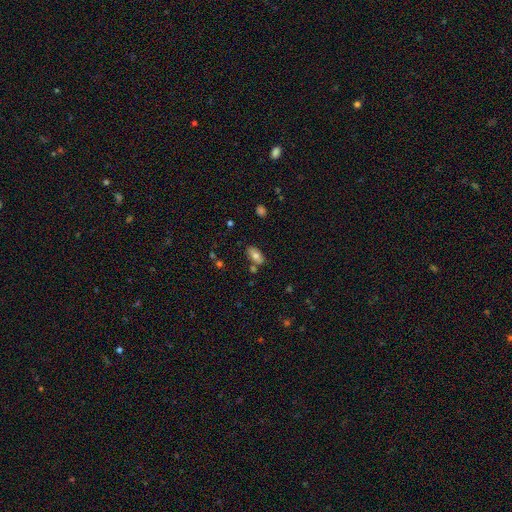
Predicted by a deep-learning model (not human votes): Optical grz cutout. It shows a smooth galaxy with no disk features (73%) that is in between round and cigar-shaped (91%). Merging: none (73%).